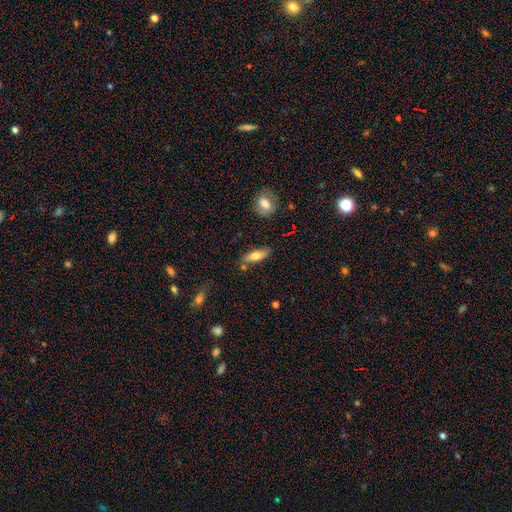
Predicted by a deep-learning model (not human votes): smooth-or-featured: smooth: 68% | featured or disk: 25% | star or artifact: 7%
  how-rounded: in between: 58% | cigar-shaped: 39% | round: 3%
  merging: none: 76% | minor disturbance: 15% | merger: 6% | major disturbance: 3%